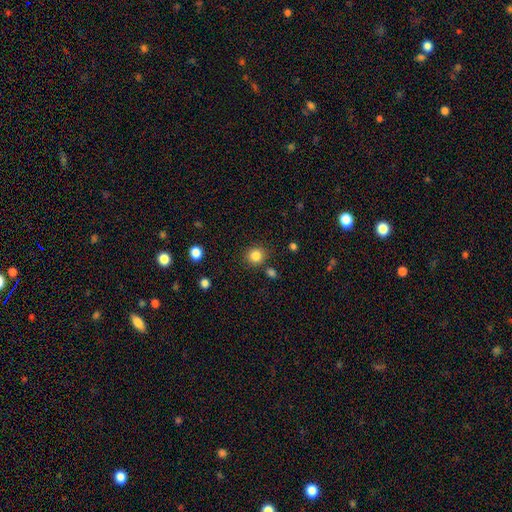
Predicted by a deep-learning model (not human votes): Smooth or featured: smooth — 85% (star or artifact — 11%)
How rounded: round — 87% (in between — 12%)
Merging: none — 86% (minor disturbance — 8%)